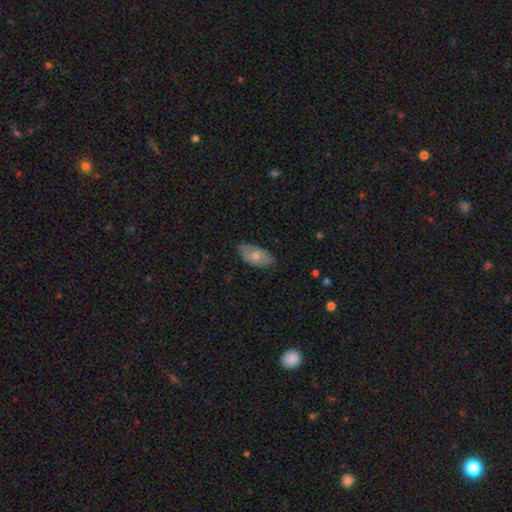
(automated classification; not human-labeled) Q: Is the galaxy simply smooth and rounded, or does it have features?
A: smooth — 53%.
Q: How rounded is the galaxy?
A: in between — 91%.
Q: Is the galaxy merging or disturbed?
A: none — 73%.